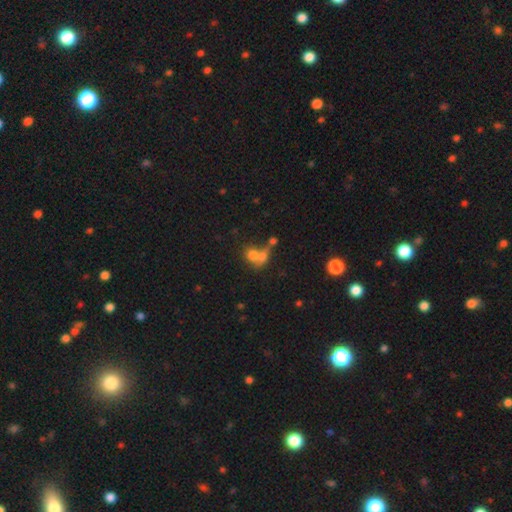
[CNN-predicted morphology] A smooth galaxy with no disk features (67%) that is round (61%).

Vote fractions:
- Smooth or featured? smooth: 67% / featured or disk: 18% / star or artifact: 14%
- How rounded? round: 61% / in between: 37% / cigar-shaped: 2%
- Merging? merger: 60% / none: 26% / minor disturbance: 7% / major disturbance: 6%